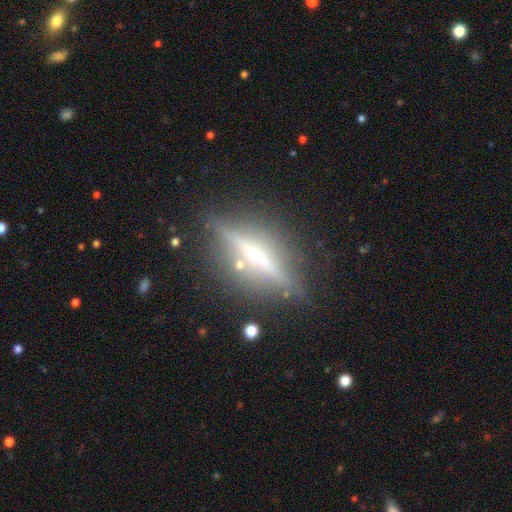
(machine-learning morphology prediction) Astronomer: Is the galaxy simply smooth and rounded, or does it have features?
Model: featured or disk — 77%.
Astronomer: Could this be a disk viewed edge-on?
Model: yes — 95%.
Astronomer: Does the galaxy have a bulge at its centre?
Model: rounded — 60%.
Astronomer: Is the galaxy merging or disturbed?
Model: none — 84%.